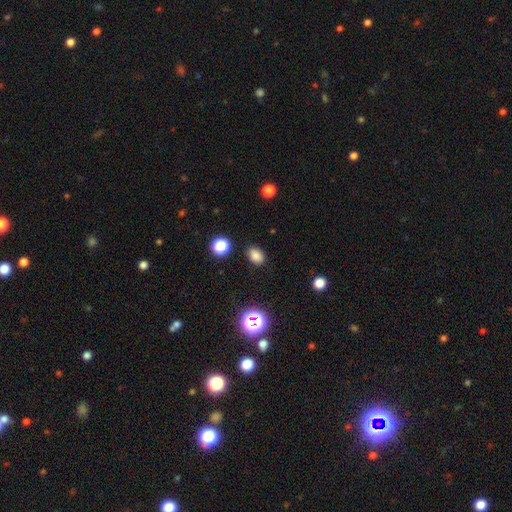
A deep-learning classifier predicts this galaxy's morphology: This appears to be a smooth galaxy with no disk features (81%) that is in between round and cigar-shaped (73%). Merging: none (87%).